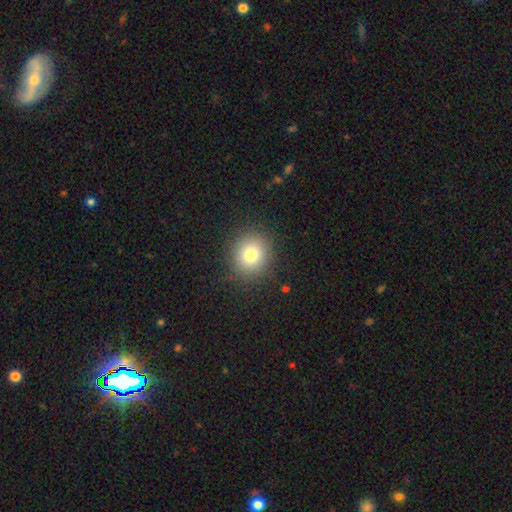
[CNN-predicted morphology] smooth 74%, star or artifact 19%, featured or disk 7%. Down the decision tree: how rounded — round (88%); merging — none (92%).